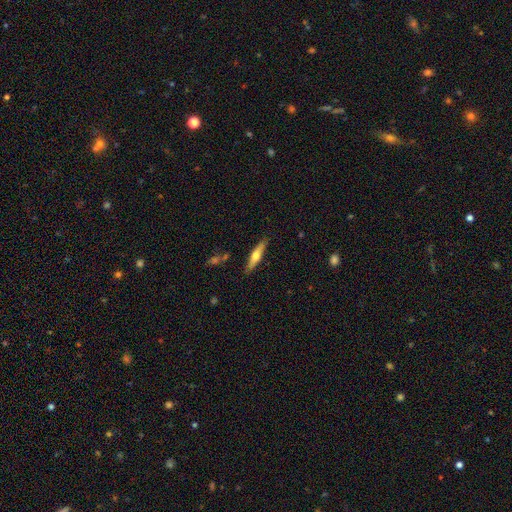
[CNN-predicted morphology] A featured or disk galaxy (52%) viewed edge-on (93%).

Vote fractions:
- Smooth or featured? featured or disk: 52% / smooth: 43% / star or artifact: 6%
- Edge-on disk? yes: 93% / no: 7%
- Merging? none: 86% / minor disturbance: 9% / merger: 2% / major disturbance: 2%